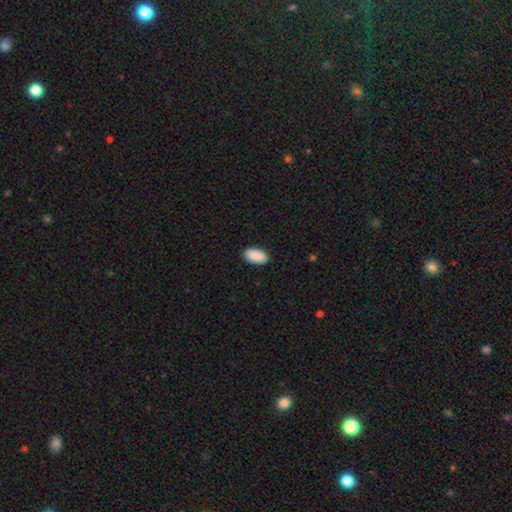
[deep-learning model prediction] This appears to be a smooth galaxy with no disk features (91%) that is in between round and cigar-shaped (94%). Merging: none (89%).